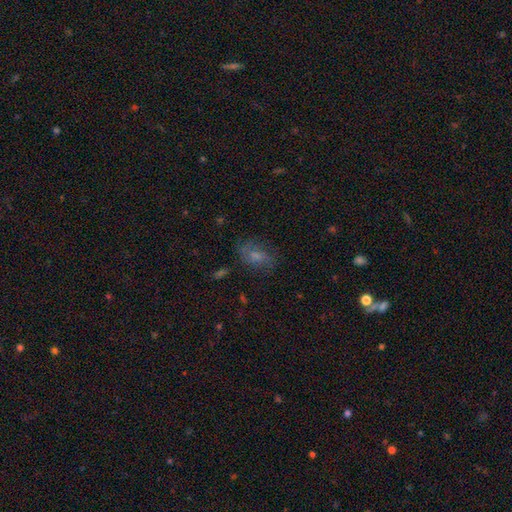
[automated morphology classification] A smooth galaxy with no disk features (51%) that is in between round and cigar-shaped (82%).

Vote fractions:
- Smooth or featured? smooth: 51% / featured or disk: 34% / star or artifact: 16%
- How rounded? in between: 82% / round: 14% / cigar-shaped: 4%
- Merging? none: 62% / minor disturbance: 21% / major disturbance: 14% / merger: 2%